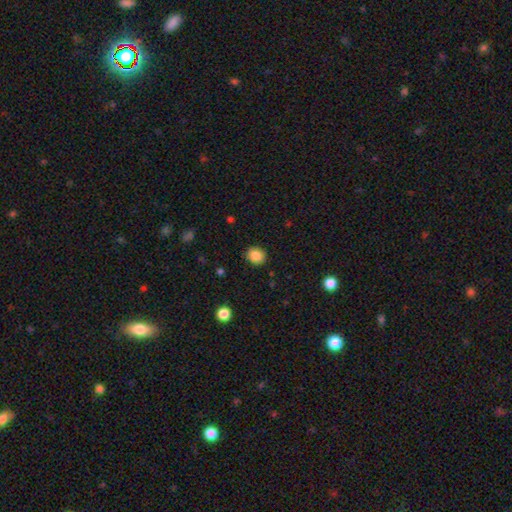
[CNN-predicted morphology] Overall: smooth (86%). How rounded: round (74%). Merging: none (89%).